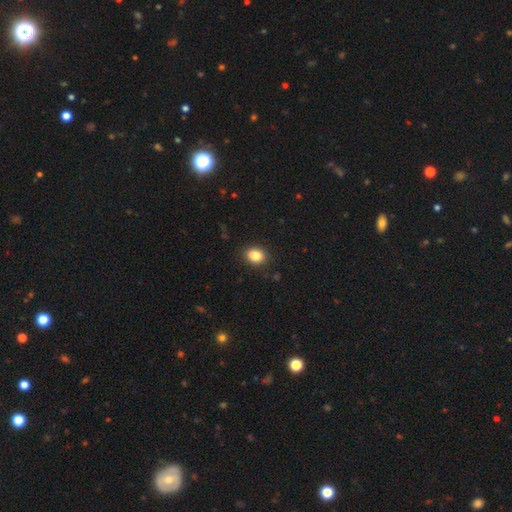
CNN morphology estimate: Smooth or featured? smooth (84%)
How rounded? in between (64%)
Merging? none (80%)